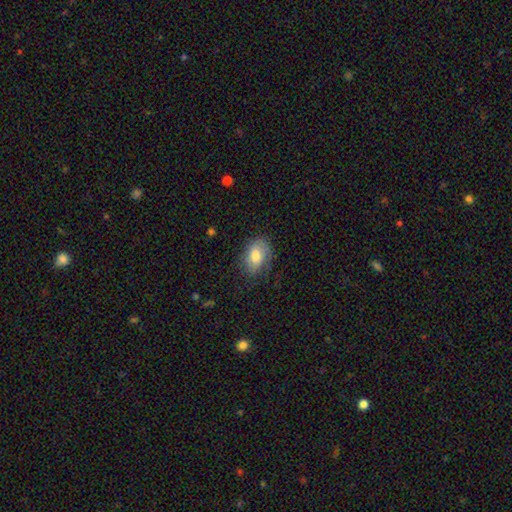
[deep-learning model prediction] smooth-or-featured: smooth: 69% | featured or disk: 23% | star or artifact: 7%
  how-rounded: in between: 84% | round: 14% | cigar-shaped: 1%
  merging: none: 63% | minor disturbance: 25% | major disturbance: 11% | merger: 1%